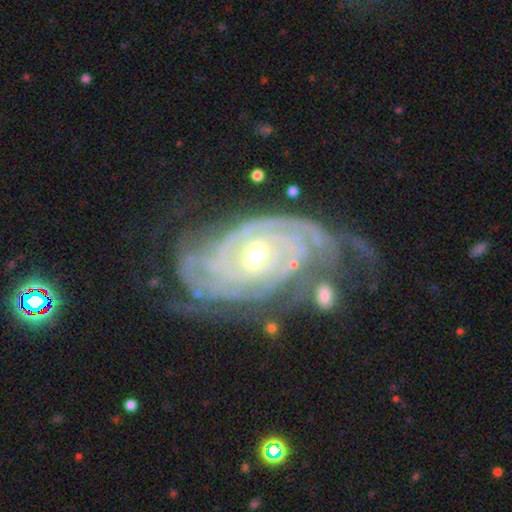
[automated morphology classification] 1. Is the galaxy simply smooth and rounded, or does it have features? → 91% featured or disk, 5% star or artifact, 4% smooth.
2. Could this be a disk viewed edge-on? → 96% no, 4% yes.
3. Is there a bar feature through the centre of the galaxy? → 63% no, 25% weak, 12% strong.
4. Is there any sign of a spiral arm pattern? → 97% yes, 3% no.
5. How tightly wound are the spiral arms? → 81% tight, 16% medium, 3% loose.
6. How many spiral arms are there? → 28% can't tell, 20% 3, 19% 2, 16% 4, 10% more than 4, 7% 1.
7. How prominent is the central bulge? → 57% moderate, 38% small, 3% large, 1% none, 1% dominant.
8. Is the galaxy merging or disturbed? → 55% none, 23% minor disturbance, 16% major disturbance, 5% merger.